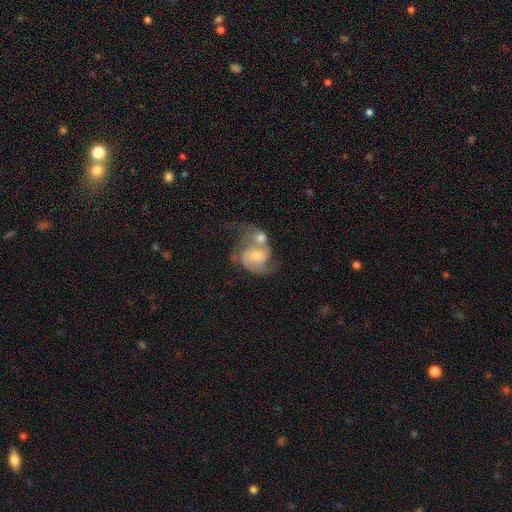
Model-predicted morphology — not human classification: Q: Smooth or featured?
A: featured or disk (72%); runner-up: smooth (22%)
Q: Edge-on disk?
A: no (98%); runner-up: yes (2%)
Q: Bar?
A: no (60%); runner-up: weak (34%)
Q: Spiral arms?
A: yes (89%); runner-up: no (11%)
Q: Spiral winding?
A: medium (48%); runner-up: loose (33%)
Q: Spiral arm count?
A: 2 (79%); runner-up: can't tell (9%)
Q: Bulge size?
A: small (44%); runner-up: moderate (41%)
Q: Merging?
A: merger (55%); runner-up: none (20%)